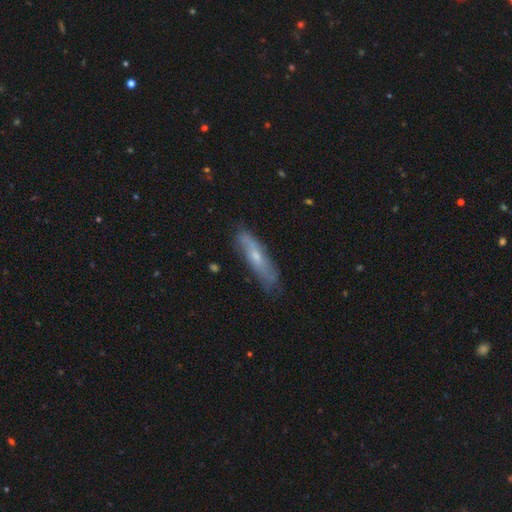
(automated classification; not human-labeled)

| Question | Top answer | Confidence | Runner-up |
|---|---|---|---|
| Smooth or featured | featured or disk | 53% | smooth (40%) |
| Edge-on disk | yes | 56% | no (44%) |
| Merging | none | 75% | minor disturbance (20%) |